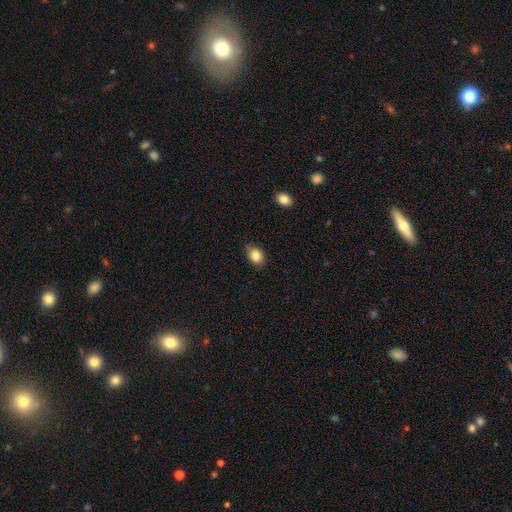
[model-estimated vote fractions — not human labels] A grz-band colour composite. It shows a smooth galaxy with no disk features (85%) that is in between round and cigar-shaped (57%). Merging: none (76%).